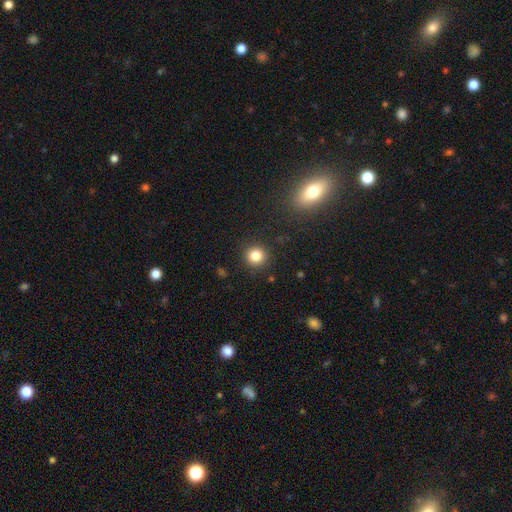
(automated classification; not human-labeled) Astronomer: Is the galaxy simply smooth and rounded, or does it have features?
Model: smooth — 83%.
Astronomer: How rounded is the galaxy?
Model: round — 92%.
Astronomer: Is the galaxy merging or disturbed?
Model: none — 90%.